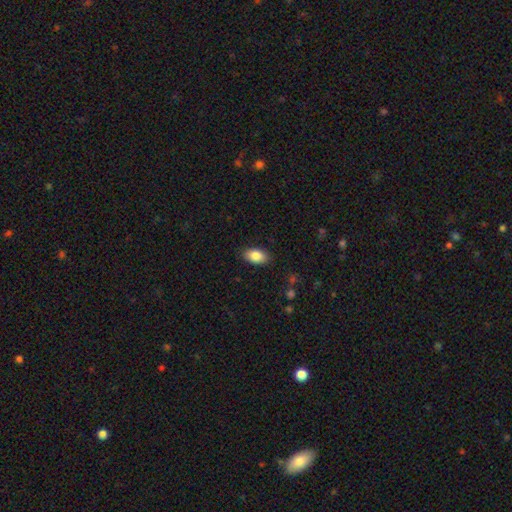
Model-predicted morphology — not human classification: smooth_or_featured: smooth (p=0.86) [alt: star or artifact p=0.07]
how_rounded: in between (p=0.92) [alt: round p=0.06]
merging: none (p=0.87) [alt: minor disturbance p=0.10]